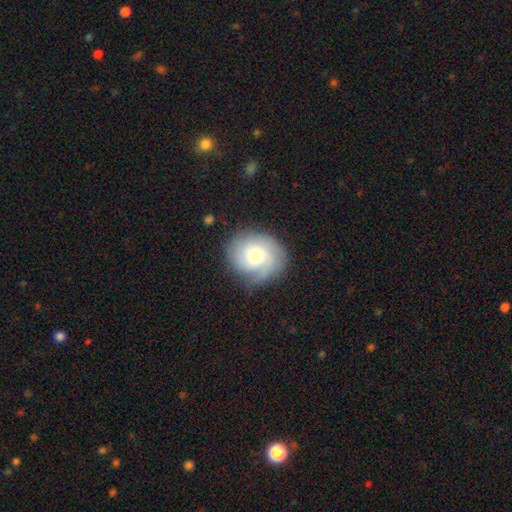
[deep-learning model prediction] Smooth or featured: featured or disk — 47% (smooth — 45%)
Merging: none — 74% (minor disturbance — 18%)